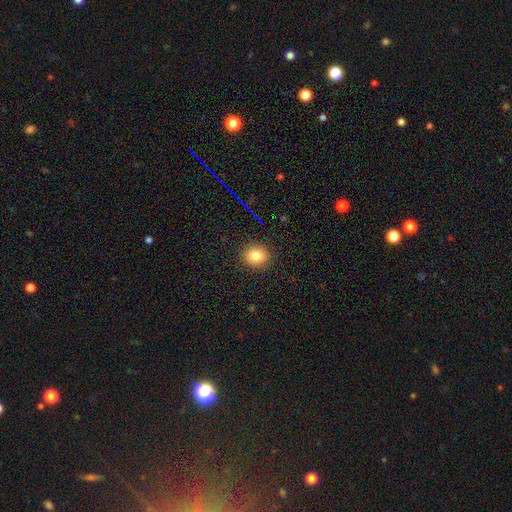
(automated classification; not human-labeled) Morphology: type=smooth (82%); roundness=round (71%); merging=none (89%).